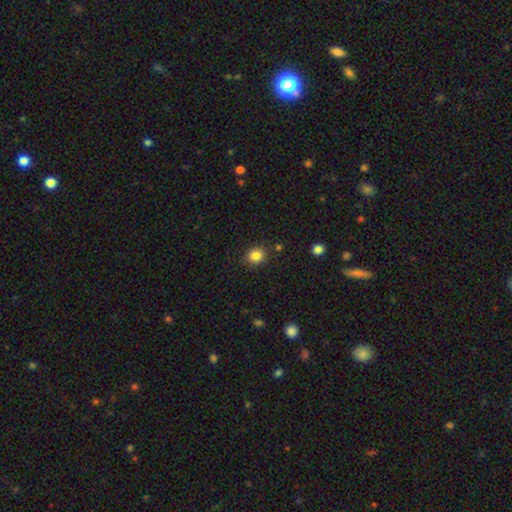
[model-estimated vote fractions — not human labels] Smooth or featured? Predicted: smooth (p=0.84). How rounded? Predicted: round (p=0.80). Merging? Predicted: none (p=0.87).